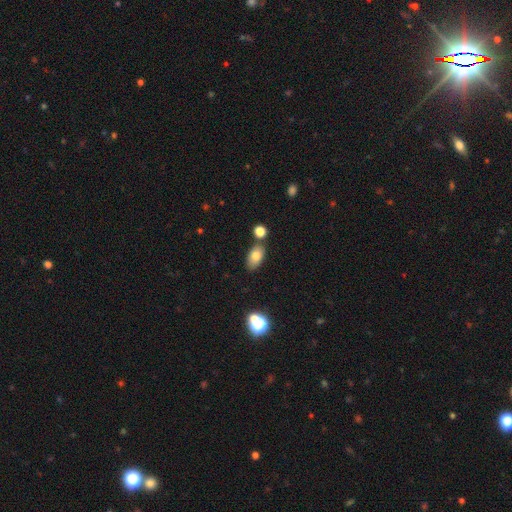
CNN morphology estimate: Q: Smooth or featured?
A: smooth (78%); runner-up: featured or disk (12%)
Q: How rounded?
A: in between (90%); runner-up: round (8%)
Q: Merging?
A: none (74%); runner-up: minor disturbance (12%)